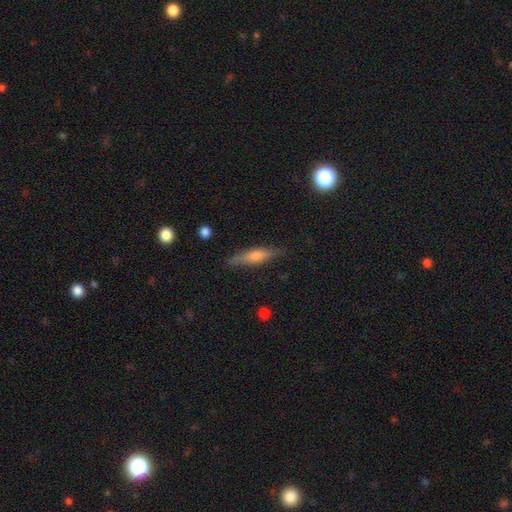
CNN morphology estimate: smooth_or_featured: featured or disk (p=0.51) [alt: smooth p=0.41]
disk_edge_on: yes (p=0.93) [alt: no p=0.07]
merging: none (p=0.86) [alt: minor disturbance p=0.11]